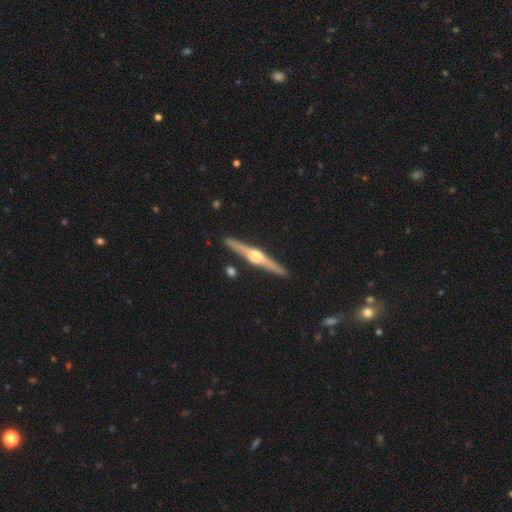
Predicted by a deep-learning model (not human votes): The model was most divided on "smooth or featured": featured or disk: 85%, smooth: 11%, star or artifact: 5%. More confident: edge-on disk — yes (98%); edge-on bulge — rounded (94%); merging — none (91%).